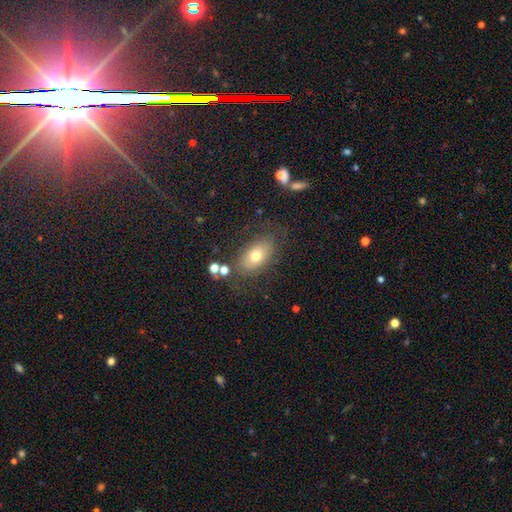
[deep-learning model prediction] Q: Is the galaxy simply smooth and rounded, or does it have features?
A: smooth — 63%.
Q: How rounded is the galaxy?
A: in between — 86%.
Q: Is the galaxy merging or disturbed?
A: none — 71%.